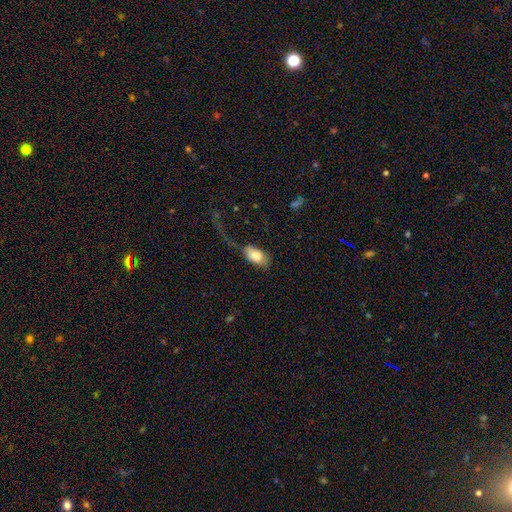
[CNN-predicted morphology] Smooth or featured? smooth (79%)
How rounded? in between (93%)
Merging? major disturbance (40%)